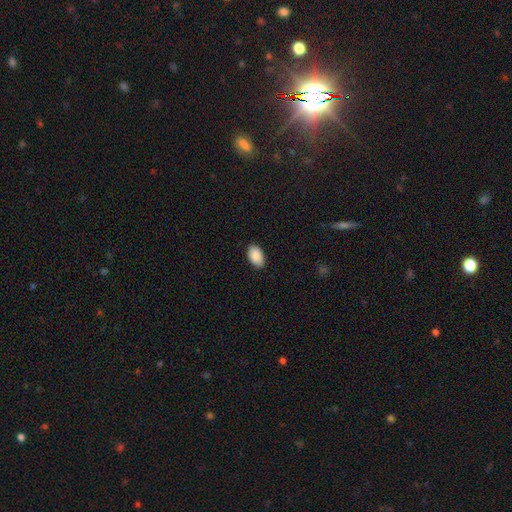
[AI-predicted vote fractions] Morphology: type=smooth (90%); roundness=in between (93%); merging=none (87%).